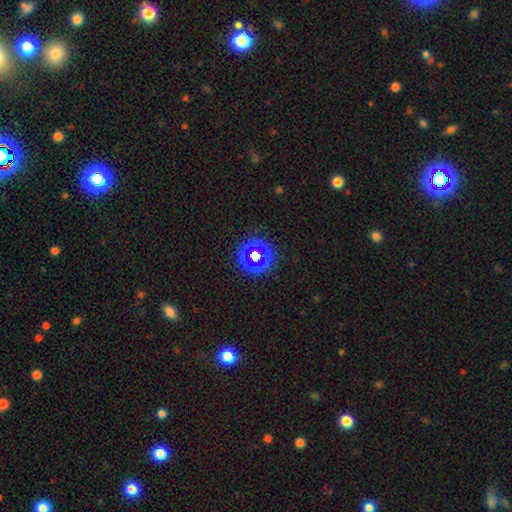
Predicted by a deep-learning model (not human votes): smooth_or_featured: star or artifact (p=0.54) [alt: smooth p=0.31]